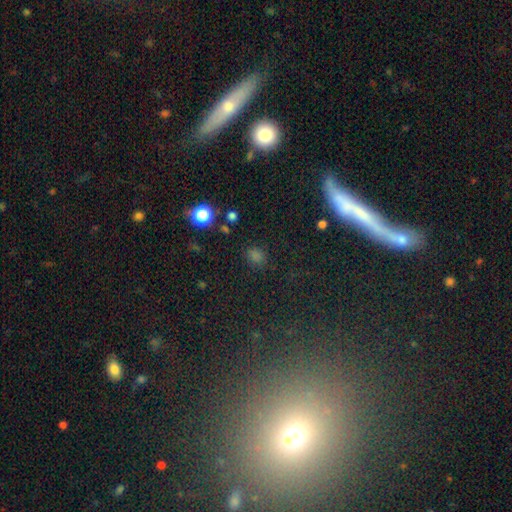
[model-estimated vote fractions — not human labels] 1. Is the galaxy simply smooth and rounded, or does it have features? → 63% smooth, 30% star or artifact, 8% featured or disk.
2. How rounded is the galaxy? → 54% round, 42% in between, 4% cigar-shaped.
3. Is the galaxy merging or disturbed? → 80% none, 12% minor disturbance, 5% major disturbance, 3% merger.